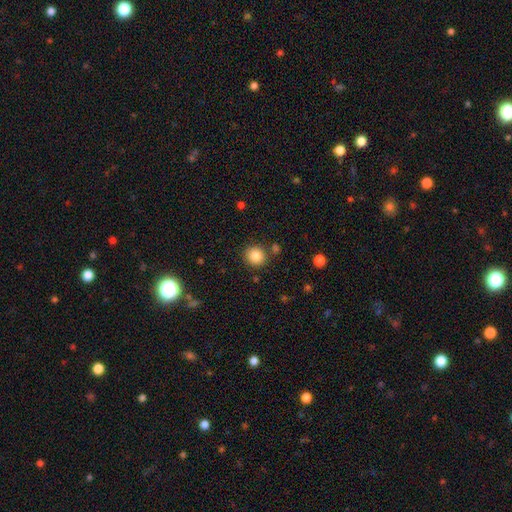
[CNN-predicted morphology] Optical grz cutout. It shows a smooth galaxy with no disk features (85%) that is round (89%). Merging: none (84%).